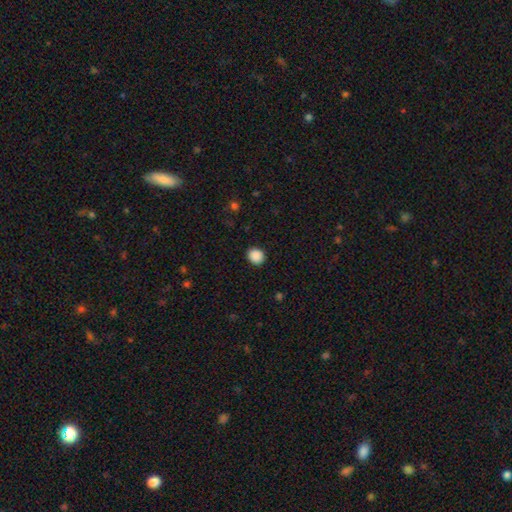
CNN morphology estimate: Overall: smooth (89%). How rounded: round (75%). Merging: none (90%).